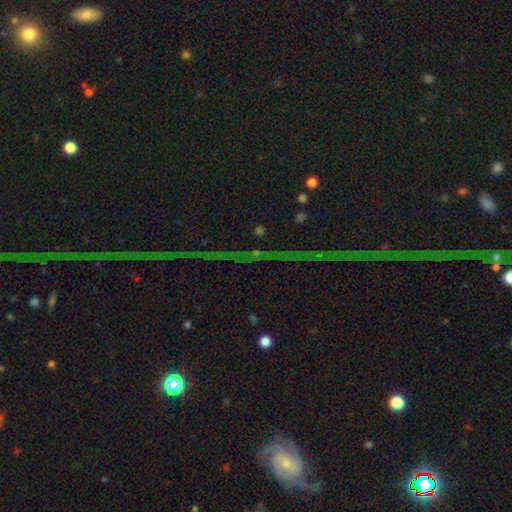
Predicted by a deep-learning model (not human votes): smooth_or_featured: star or artifact (p=0.75) [alt: featured or disk p=0.14]